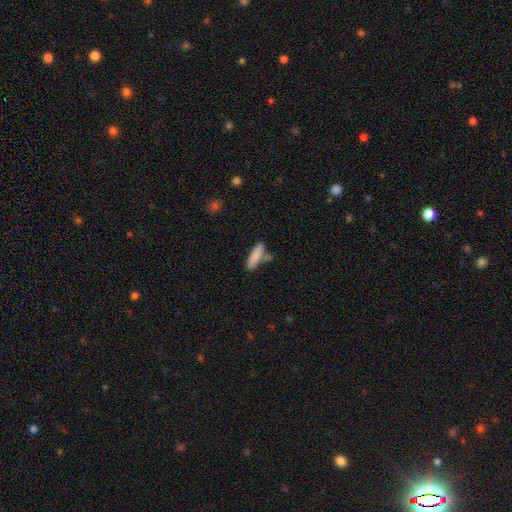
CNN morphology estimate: Smooth or featured? smooth (83%)
How rounded? cigar-shaped (61%)
Merging? none (65%)